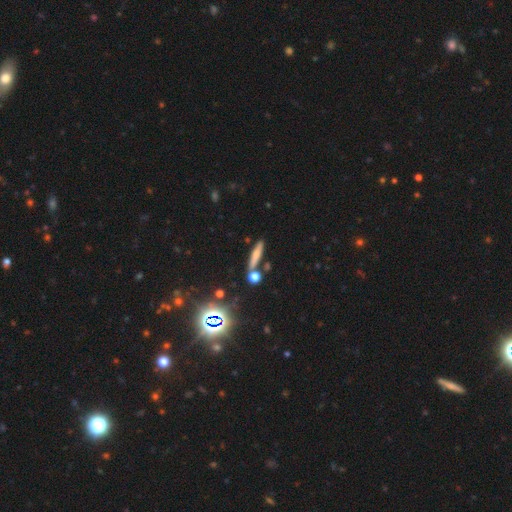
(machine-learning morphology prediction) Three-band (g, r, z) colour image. It shows a smooth galaxy with no disk features (62%) that is cigar-shaped (82%). Merging: none (75%).